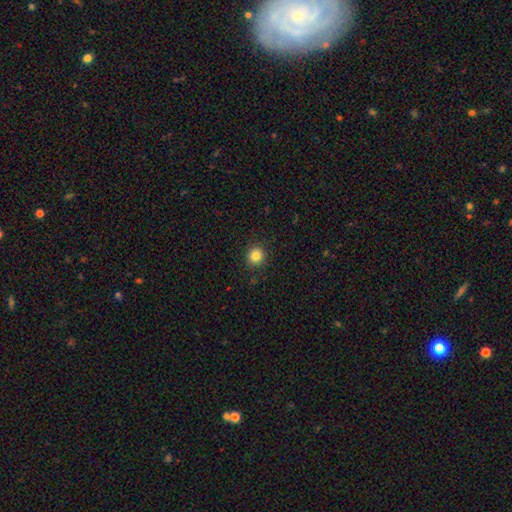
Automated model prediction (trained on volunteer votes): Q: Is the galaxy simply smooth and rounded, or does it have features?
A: smooth — 84%.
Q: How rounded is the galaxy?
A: round — 92%.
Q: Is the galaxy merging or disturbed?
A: none — 91%.